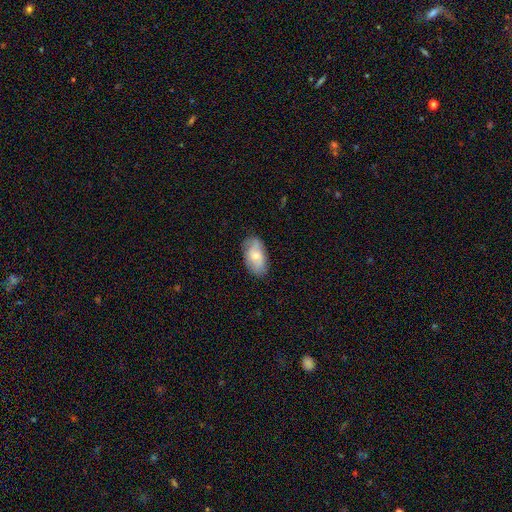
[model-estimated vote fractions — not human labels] Q: Smooth or featured?
A: smooth (67%); runner-up: featured or disk (27%)
Q: How rounded?
A: in between (93%); runner-up: round (4%)
Q: Merging?
A: none (75%); runner-up: minor disturbance (20%)